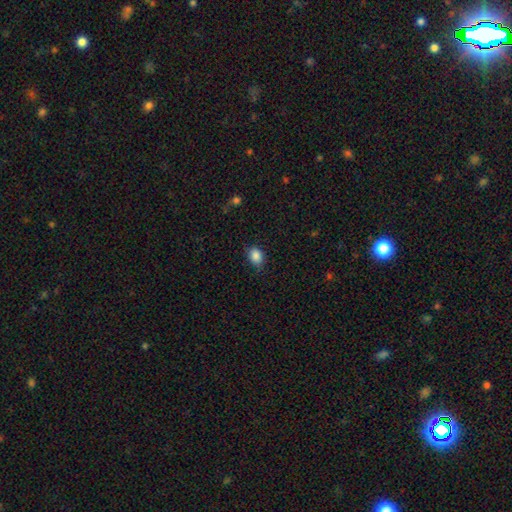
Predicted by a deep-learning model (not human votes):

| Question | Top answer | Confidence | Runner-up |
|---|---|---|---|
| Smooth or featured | smooth | 87% | star or artifact (9%) |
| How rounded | in between | 66% | round (33%) |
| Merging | none | 78% | minor disturbance (17%) |